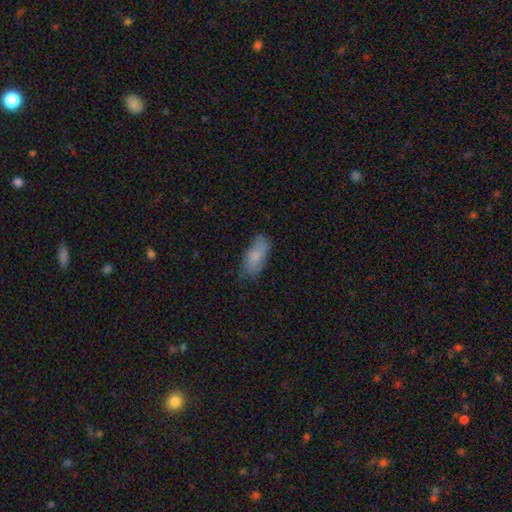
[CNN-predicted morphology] Smooth or featured? Predicted: smooth (p=0.79). How rounded? Predicted: in between (p=0.81). Merging? Predicted: none (p=0.70).